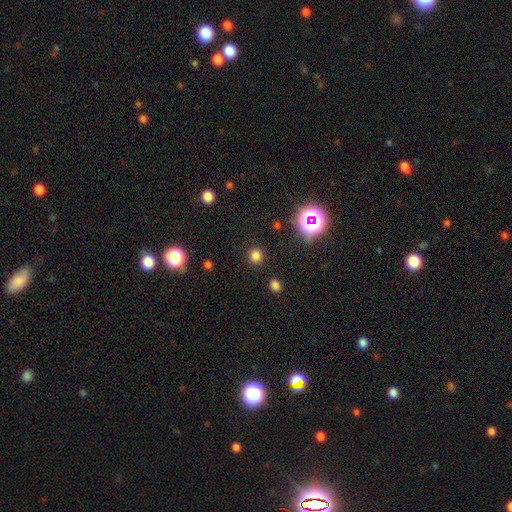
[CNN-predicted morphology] Smooth or featured?
  - smooth: 75% *
  - star or artifact: 20%
  - featured or disk: 5%
How rounded?
  - round: 89% *
  - in between: 10%
  - cigar-shaped: 1%
Merging?
  - none: 89% *
  - minor disturbance: 6%
  - major disturbance: 3%
  - merger: 2%